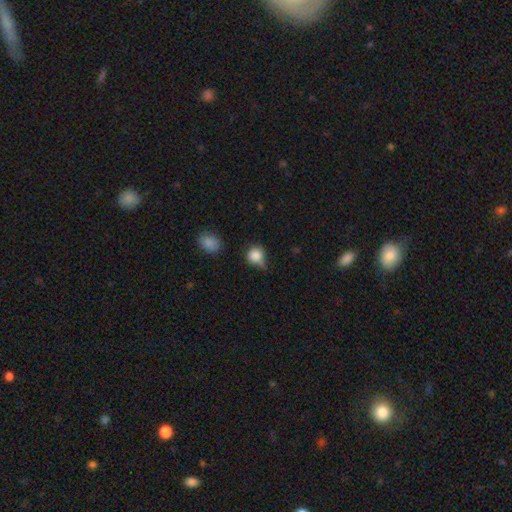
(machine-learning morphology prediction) A smooth galaxy with no disk features (83%) that is round (82%). Merging: none (49%).